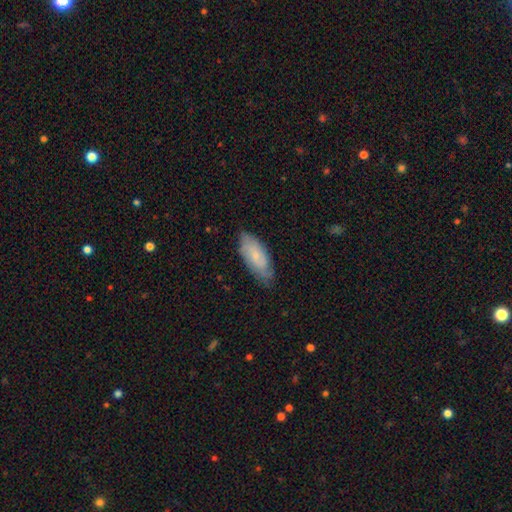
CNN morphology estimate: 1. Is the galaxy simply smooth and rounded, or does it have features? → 48% featured or disk, 46% smooth, 6% star or artifact.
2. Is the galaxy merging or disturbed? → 72% none, 22% minor disturbance, 4% major disturbance, 1% merger.